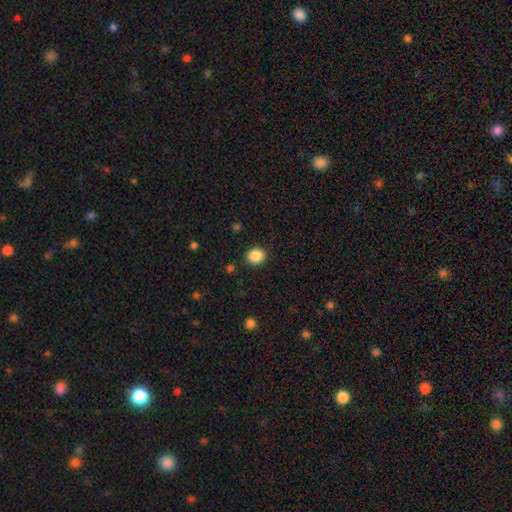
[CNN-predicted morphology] Smooth or featured: smooth — 88% (star or artifact — 9%)
How rounded: round — 70% (in between — 29%)
Merging: none — 89% (minor disturbance — 7%)